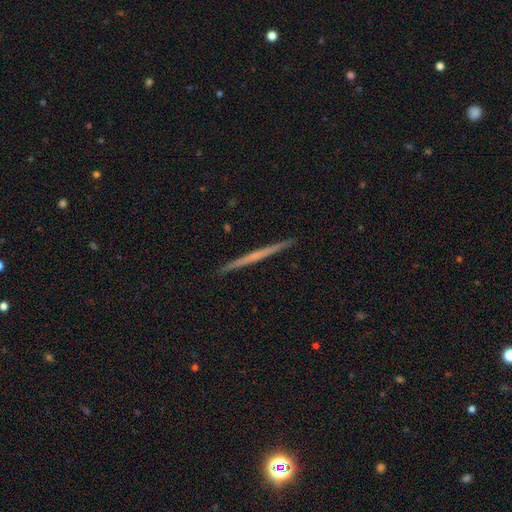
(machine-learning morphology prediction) smooth-or-featured: featured or disk: 59% | smooth: 36% | star or artifact: 6%
  disk-edge-on: yes: 98% | no: 2%
    edge-on-bulge: none: 88% | rounded: 9% | boxy: 4%
  merging: none: 93% | minor disturbance: 5% | major disturbance: 1% | merger: 1%